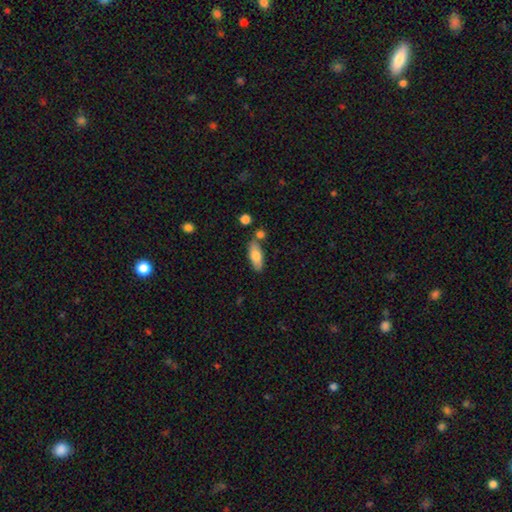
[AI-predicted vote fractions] Smooth or featured? Predicted: smooth (p=0.76). How rounded? Predicted: in between (p=0.75). Merging? Predicted: none (p=0.72).